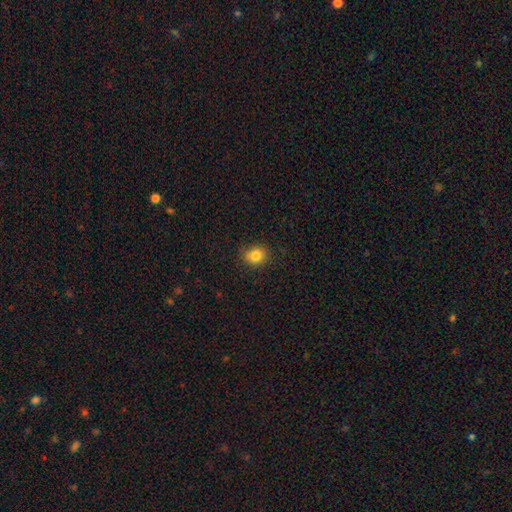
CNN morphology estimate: Smooth or featured? smooth (83%)
How rounded? round (67%)
Merging? none (85%)